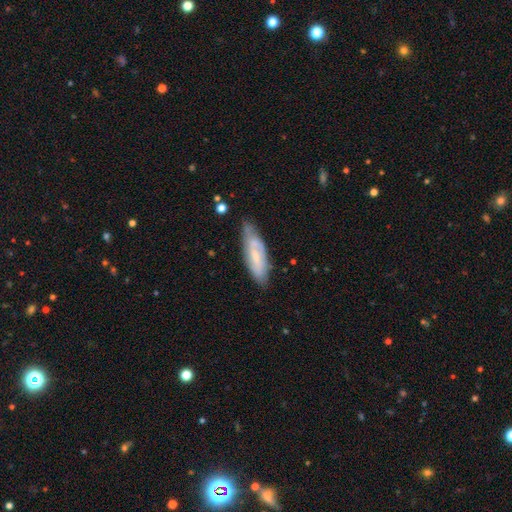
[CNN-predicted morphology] Smooth or featured? featured or disk (53%)
Edge-on disk? no (73%)
Merging? none (68%)